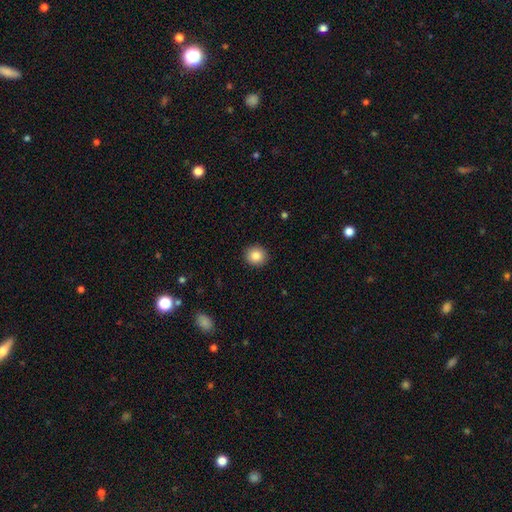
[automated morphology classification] Smooth or featured? Predicted: smooth (p=0.86). How rounded? Predicted: round (p=0.90). Merging? Predicted: none (p=0.92).